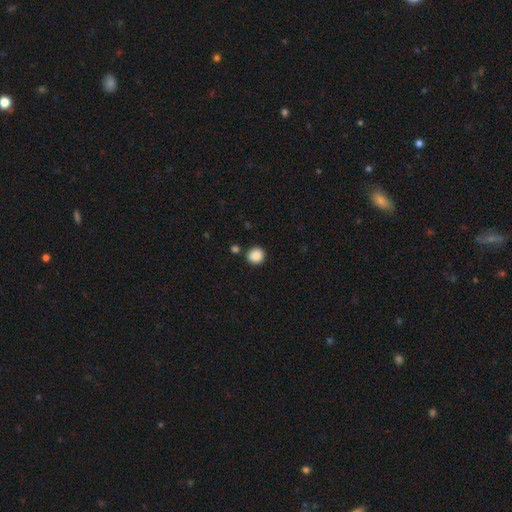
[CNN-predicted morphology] smooth-or-featured: smooth: 87% | star or artifact: 9% | featured or disk: 4%
  how-rounded: round: 93% | in between: 6% | cigar-shaped: 1%
  merging: none: 88% | minor disturbance: 6% | merger: 4% | major disturbance: 2%